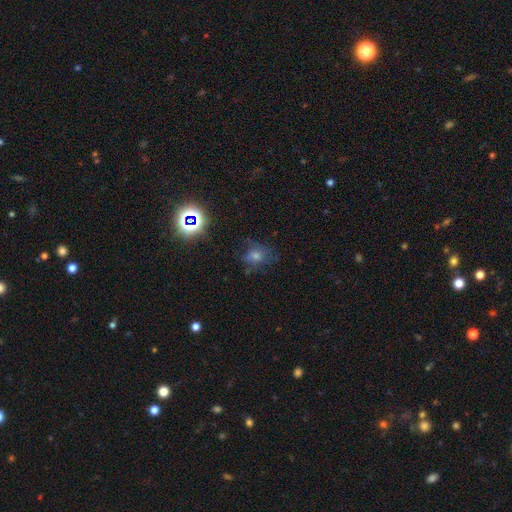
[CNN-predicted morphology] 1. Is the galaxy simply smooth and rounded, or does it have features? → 37% smooth, 36% star or artifact, 28% featured or disk.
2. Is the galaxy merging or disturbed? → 63% none, 21% minor disturbance, 14% major disturbance, 2% merger.